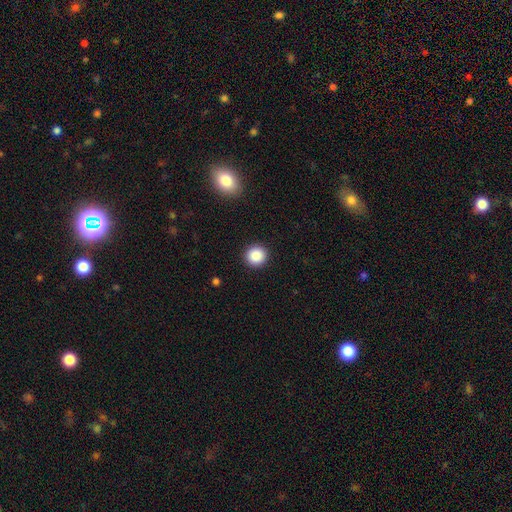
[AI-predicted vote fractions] This is clearly a smooth galaxy (87%). How rounded: clearly round (94%). Merging: clearly none (92%).